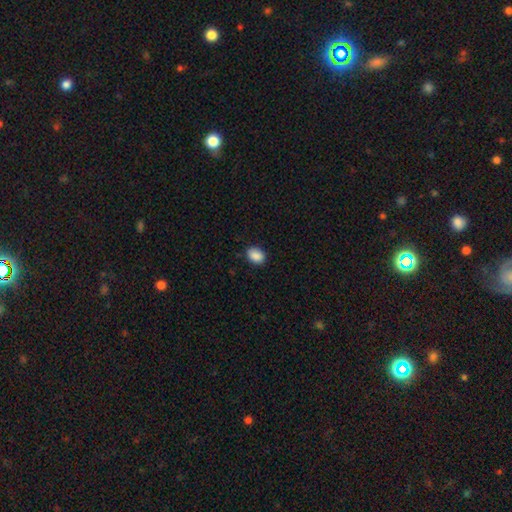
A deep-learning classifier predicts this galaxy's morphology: Smooth or featured?
  - smooth: 89% *
  - star or artifact: 8%
  - featured or disk: 3%
How rounded?
  - in between: 71% *
  - round: 27%
  - cigar-shaped: 1%
Merging?
  - none: 85% *
  - minor disturbance: 11%
  - major disturbance: 2%
  - merger: 1%